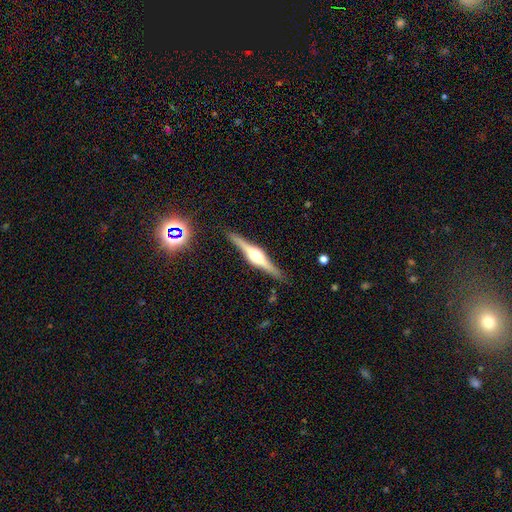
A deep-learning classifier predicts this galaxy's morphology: smooth_or_featured: featured or disk (p=0.83) [alt: smooth p=0.12]
disk_edge_on: yes (p=0.98) [alt: no p=0.02]
edge_on_bulge: rounded (p=0.92) [alt: boxy p=0.06]
merging: none (p=0.89) [alt: minor disturbance p=0.08]